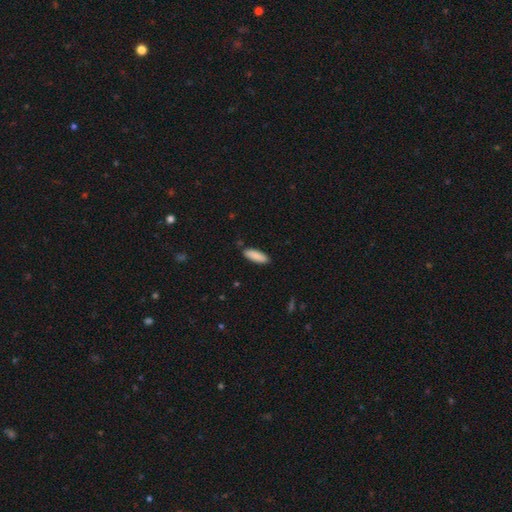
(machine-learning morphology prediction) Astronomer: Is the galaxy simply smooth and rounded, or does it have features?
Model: smooth — 89%.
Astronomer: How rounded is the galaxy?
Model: in between — 59% (runner-up: cigar-shaped, 39%).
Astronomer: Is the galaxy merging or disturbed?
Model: none — 87%.